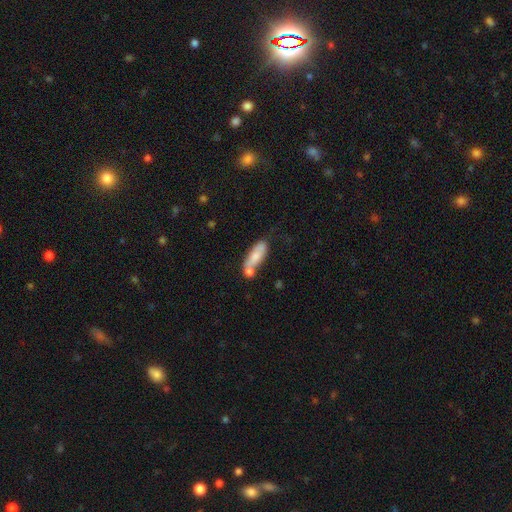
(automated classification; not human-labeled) smooth-or-featured: smooth: 73% | featured or disk: 21% | star or artifact: 7%
  how-rounded: in between: 56% | cigar-shaped: 42% | round: 2%
  merging: none: 38% | merger: 37% | minor disturbance: 18% | major disturbance: 7%